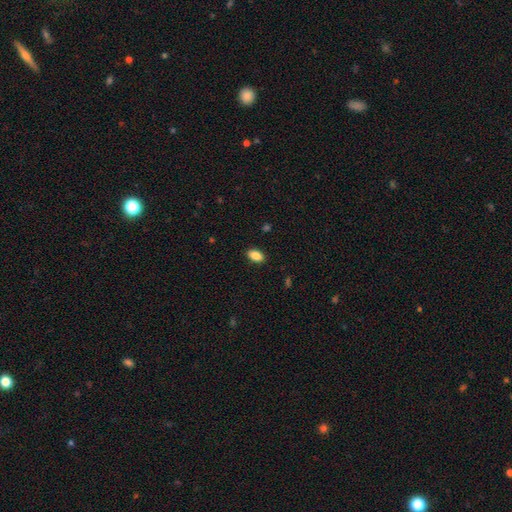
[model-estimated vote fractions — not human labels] Smooth or featured? Predicted: smooth (p=0.86). How rounded? Predicted: in between (p=0.91). Merging? Predicted: none (p=0.89).